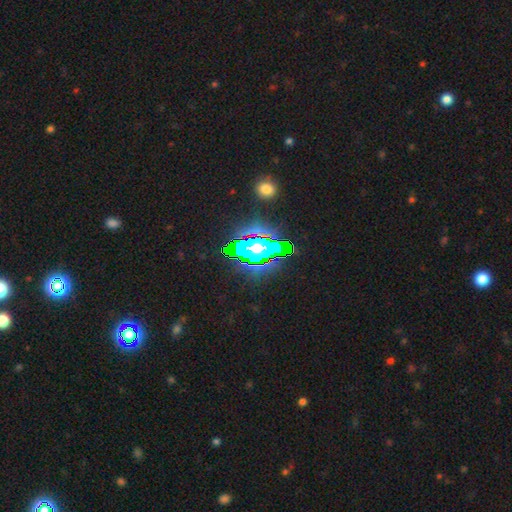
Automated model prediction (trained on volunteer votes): Smooth or featured: star or artifact — 80% (smooth — 10%)